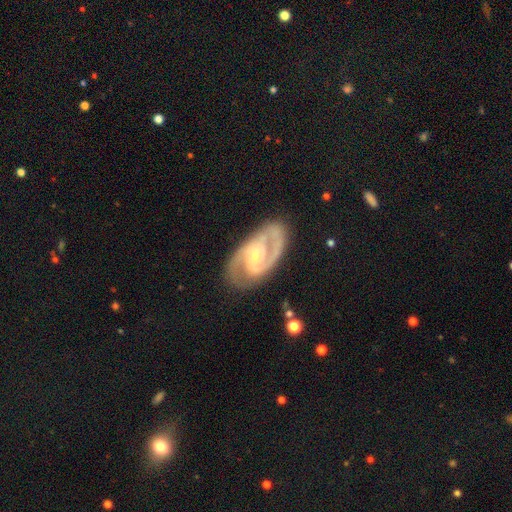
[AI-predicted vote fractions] Smooth or featured: featured or disk — 90% (smooth — 5%)
Edge-on disk: no — 97% (yes — 3%)
Bar: no — 46% (weak — 38%)
Spiral arms: yes — 98% (no — 2%)
Spiral winding: medium — 53% (tight — 37%)
Spiral arm count: 2 — 87% (3 — 5%)
Bulge size: small — 72% (moderate — 23%)
Merging: none — 79% (minor disturbance — 14%)